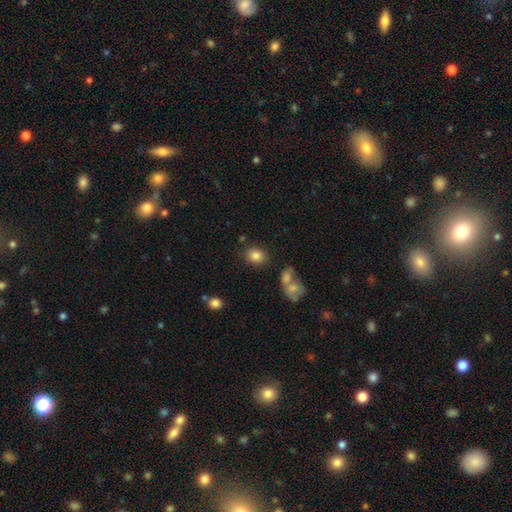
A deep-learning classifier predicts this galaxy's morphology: Q: Smooth or featured?
A: smooth (84%); runner-up: star or artifact (10%)
Q: How rounded?
A: round (54%); runner-up: in between (45%)
Q: Merging?
A: none (78%); runner-up: minor disturbance (11%)